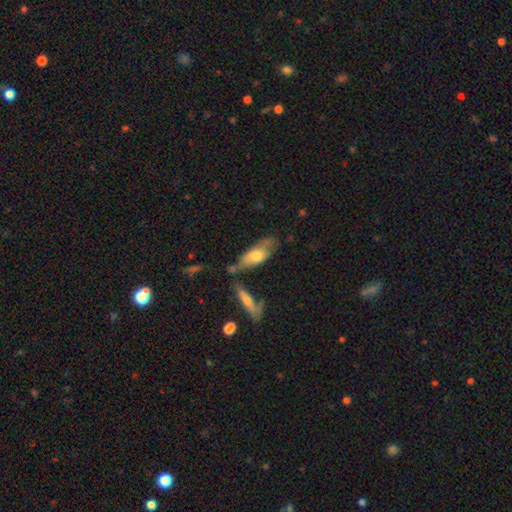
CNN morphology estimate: This appears to be a smooth galaxy with no disk features (58%) that is in between round and cigar-shaped (70%). Merging: none (45%).